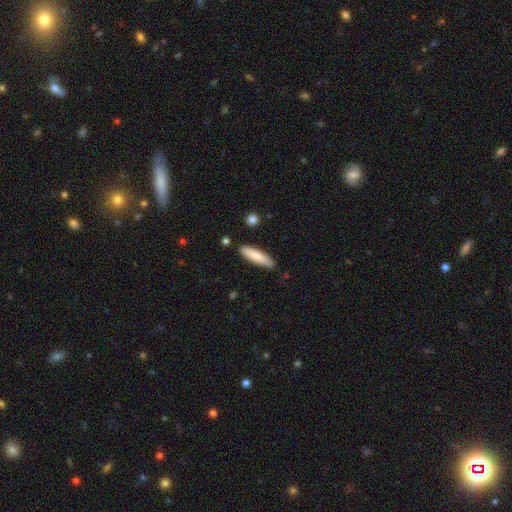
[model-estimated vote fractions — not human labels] A smooth galaxy with no disk features (81%) that is cigar-shaped (73%).

Vote fractions:
- Smooth or featured? smooth: 81% / featured or disk: 14% / star or artifact: 5%
- How rounded? cigar-shaped: 73% / in between: 26% / round: 1%
- Merging? none: 85% / minor disturbance: 10% / merger: 2% / major disturbance: 2%